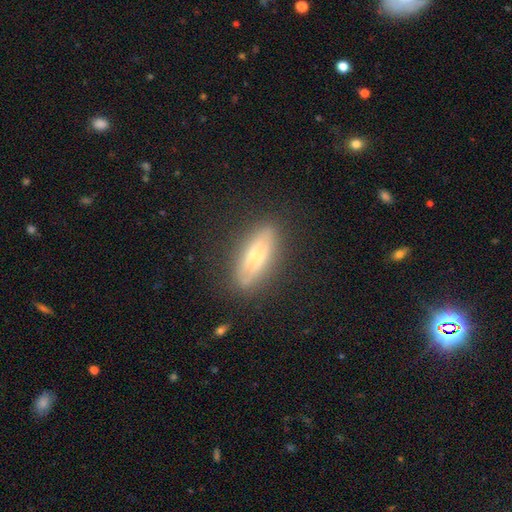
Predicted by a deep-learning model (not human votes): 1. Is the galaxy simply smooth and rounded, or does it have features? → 59% featured or disk, 33% smooth, 9% star or artifact.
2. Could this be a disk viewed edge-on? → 86% yes, 14% no.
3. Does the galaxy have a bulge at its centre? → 69% rounded, 17% none, 14% boxy.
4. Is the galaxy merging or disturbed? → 82% none, 13% minor disturbance, 4% major disturbance, 2% merger.